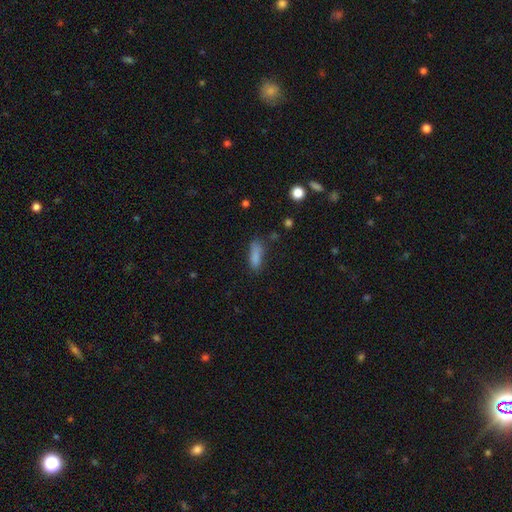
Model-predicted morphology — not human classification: The model was most divided on "how rounded": in between: 54%, cigar-shaped: 44%, round: 2%. More confident: smooth or featured — smooth (84%); merging — none (64%).